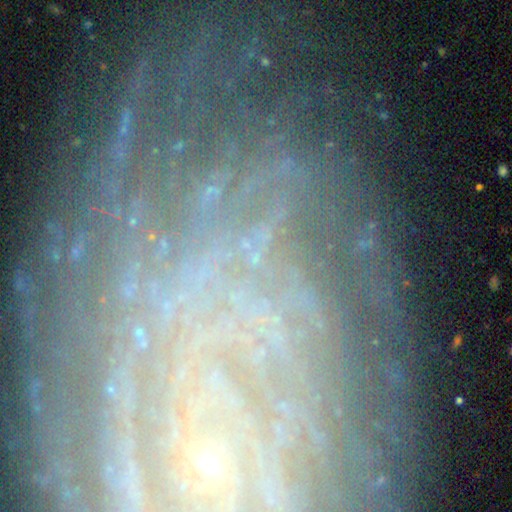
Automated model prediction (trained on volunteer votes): Smooth or featured? Predicted: featured or disk (p=0.56). Edge-on disk? Predicted: no (p=0.92). Bar? Predicted: no (p=0.62). Spiral arms? Predicted: yes (p=0.85). Bulge size? Predicted: small (p=0.59). Merging? Predicted: none (p=0.69).